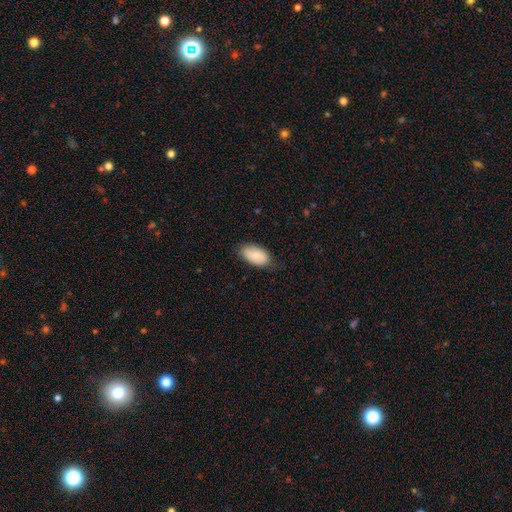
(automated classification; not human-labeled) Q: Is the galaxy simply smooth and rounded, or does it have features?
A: smooth — 79%.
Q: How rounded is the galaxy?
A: in between — 95%.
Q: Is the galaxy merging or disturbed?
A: none — 76%.